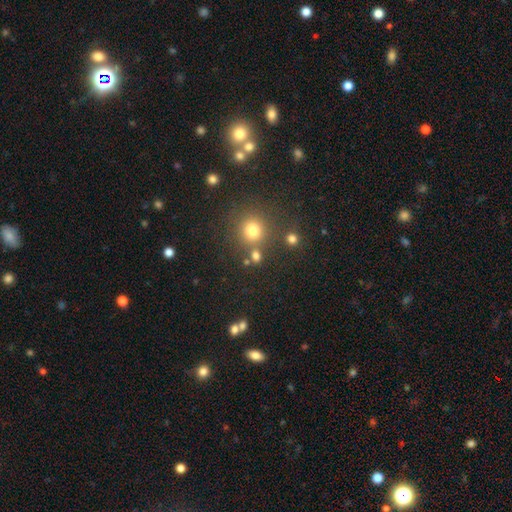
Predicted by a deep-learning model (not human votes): Smooth or featured?
  - smooth: 72% *
  - star or artifact: 21%
  - featured or disk: 7%
How rounded?
  - round: 85% *
  - in between: 14%
  - cigar-shaped: 1%
Merging?
  - none: 73% *
  - merger: 15%
  - minor disturbance: 8%
  - major disturbance: 4%